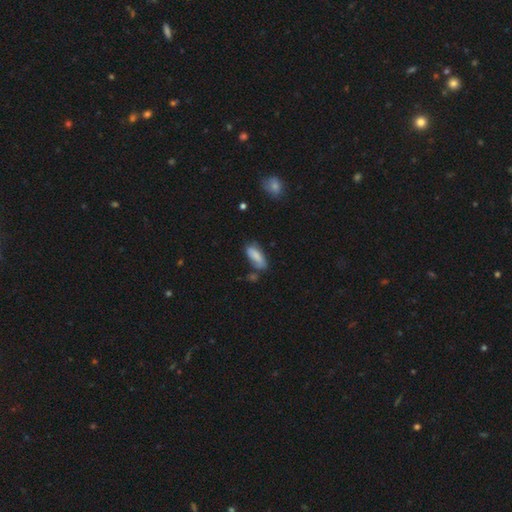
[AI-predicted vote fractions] This appears to be a smooth galaxy with no disk features (82%) that is in between round and cigar-shaped (76%). Merging: none (57%).